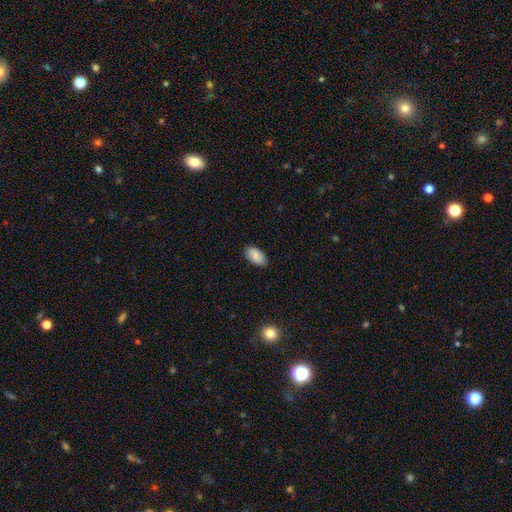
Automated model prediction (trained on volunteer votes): The model was most divided on "merging": none: 87%, minor disturbance: 10%, major disturbance: 2%, merger: 1%. More confident: how rounded — in between (95%); smooth or featured — smooth (89%).